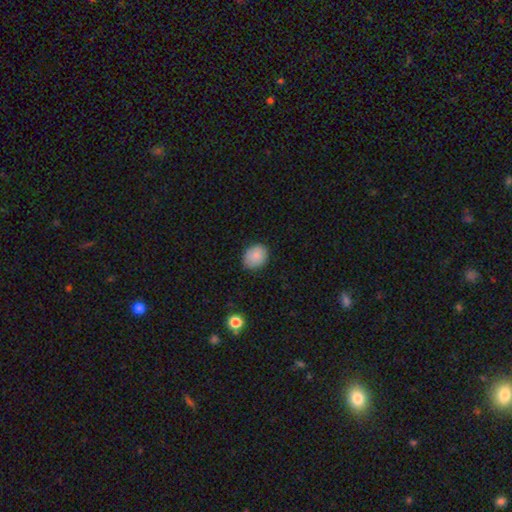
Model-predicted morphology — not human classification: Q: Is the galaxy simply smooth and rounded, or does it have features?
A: smooth — 85%.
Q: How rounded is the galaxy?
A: round — 53%.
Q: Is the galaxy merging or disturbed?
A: none — 77%.